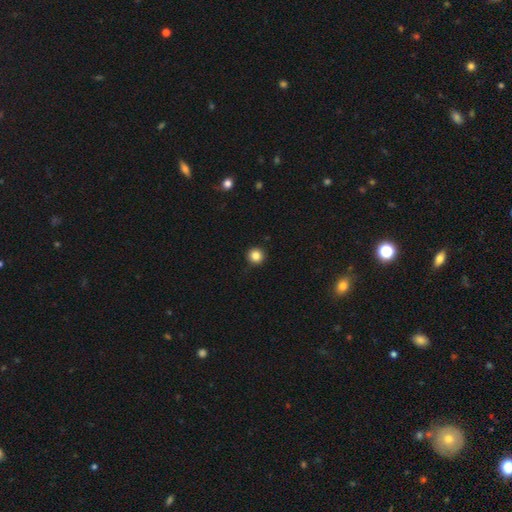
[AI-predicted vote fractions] Morphology: type=smooth (85%); roundness=round (95%); merging=none (92%).